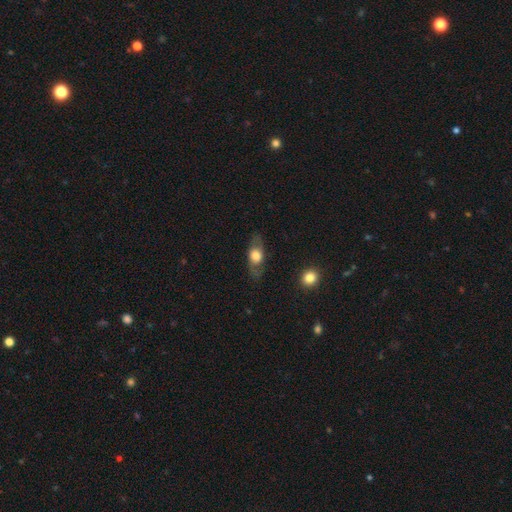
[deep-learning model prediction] smooth_or_featured: featured or disk (p=0.47) [tied with: smooth p=0.47]
merging: none (p=0.78) [alt: minor disturbance p=0.14]